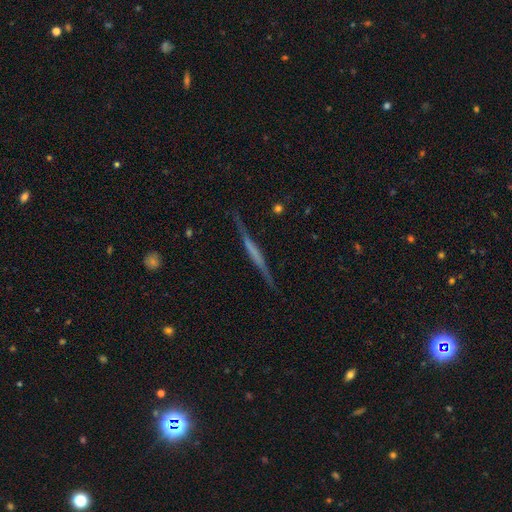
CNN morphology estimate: A featured or disk galaxy (65%) viewed edge-on (96%) with no central bulge (66%). Merging: none (88%).